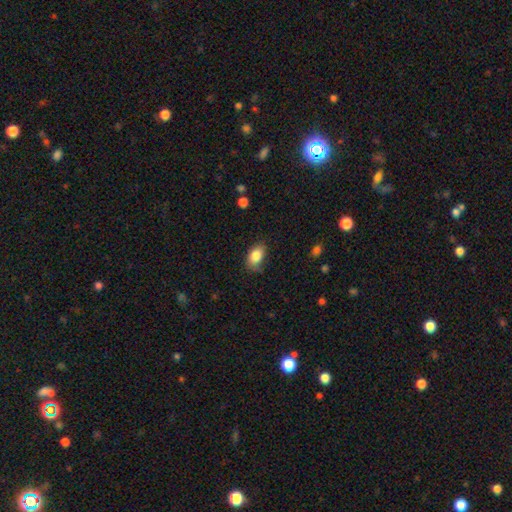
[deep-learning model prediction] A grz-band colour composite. It shows a smooth galaxy with no disk features (84%) that is in between round and cigar-shaped (88%). Merging: none (67%).